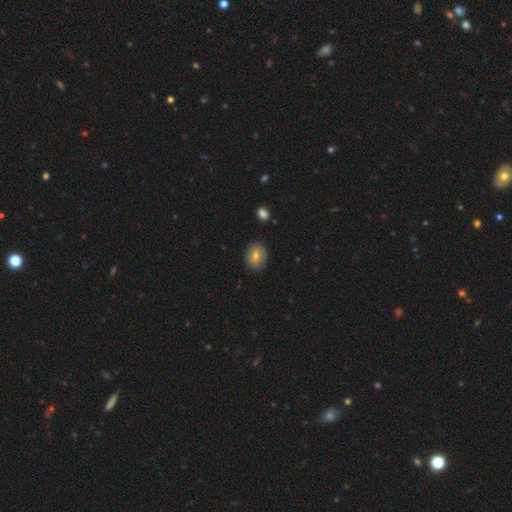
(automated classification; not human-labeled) Overall: smooth (70%). How rounded: round (59%; in between 40%). Merging: none (85%).